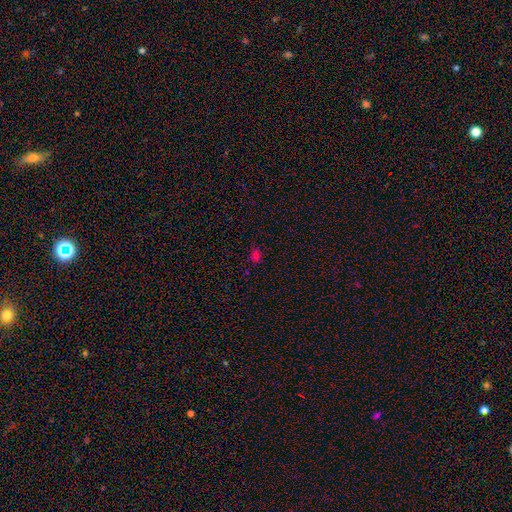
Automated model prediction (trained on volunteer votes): Smooth or featured? Predicted: smooth (p=0.61). How rounded? Predicted: in between (p=0.61). Merging? Predicted: none (p=0.71).